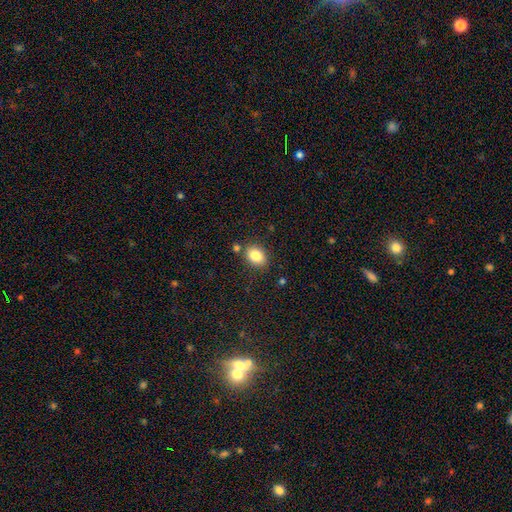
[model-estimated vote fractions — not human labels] A smooth galaxy with no disk features (84%) that is in between round and cigar-shaped (71%).

Vote fractions:
- Smooth or featured? smooth: 84% / star or artifact: 9% / featured or disk: 7%
- How rounded? in between: 71% / round: 28% / cigar-shaped: 1%
- Merging? none: 80% / minor disturbance: 11% / merger: 6% / major disturbance: 3%